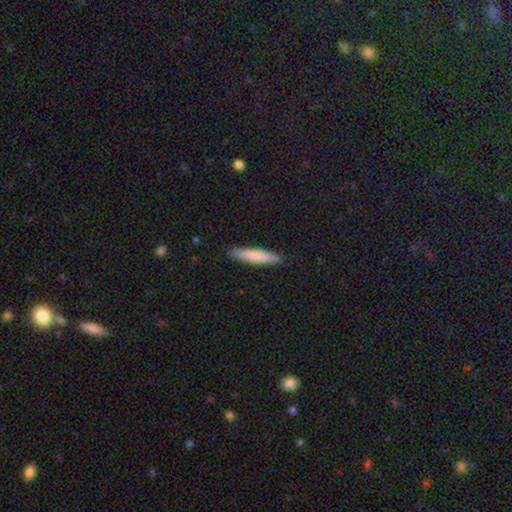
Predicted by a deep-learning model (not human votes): This appears to be a smooth galaxy with no disk features (76%) that is cigar-shaped (88%). Merging: none (90%).